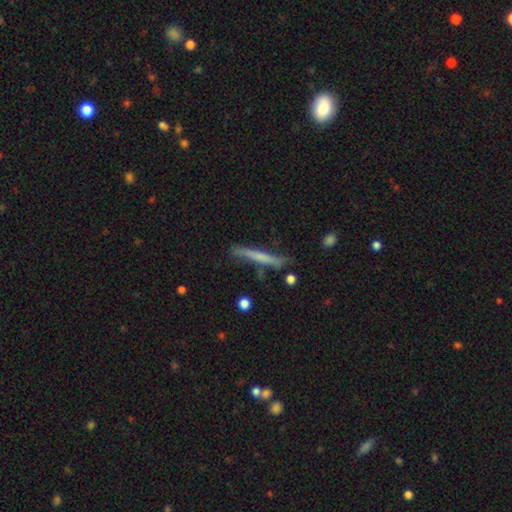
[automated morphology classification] This is possibly a smooth galaxy (47%). Merging: likely none (78%).